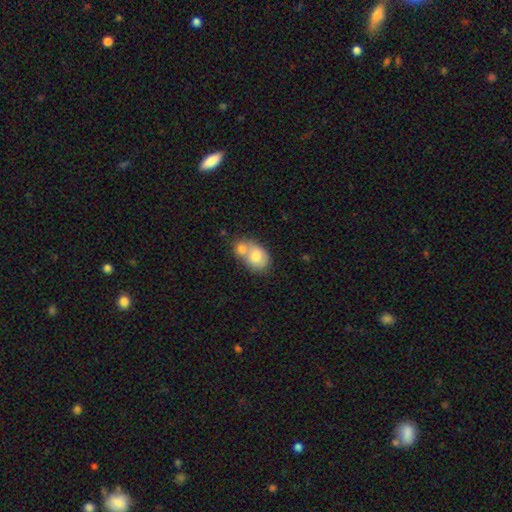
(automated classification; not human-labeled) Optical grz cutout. It shows a smooth galaxy with no disk features (74%) that is in between round and cigar-shaped (61%). Merging: merger (62%).